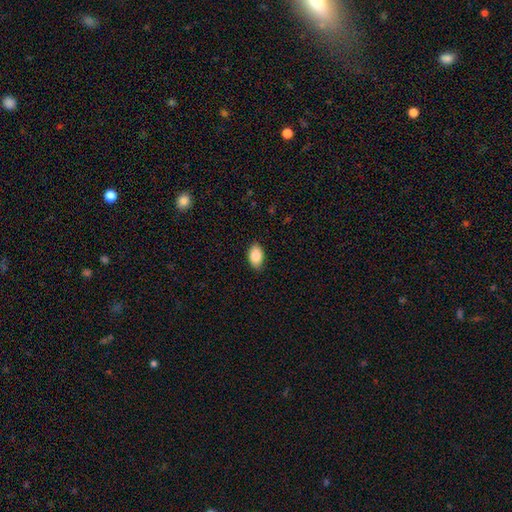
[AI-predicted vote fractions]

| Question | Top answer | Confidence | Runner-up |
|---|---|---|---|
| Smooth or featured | smooth | 88% | star or artifact (7%) |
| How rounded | in between | 92% | round (6%) |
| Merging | none | 86% | minor disturbance (11%) |